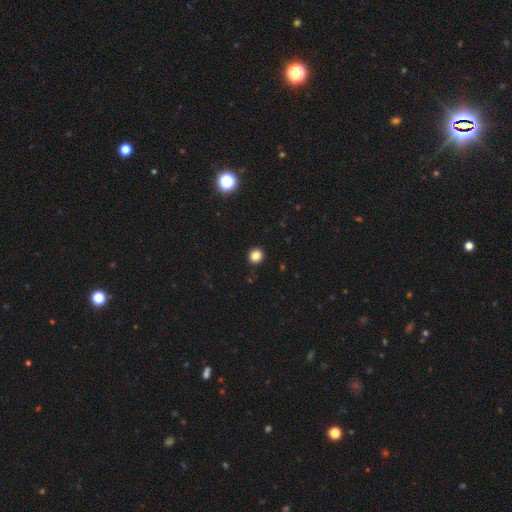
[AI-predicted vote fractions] Smooth or featured: smooth — 84% (star or artifact — 12%)
How rounded: round — 87% (in between — 12%)
Merging: none — 92% (minor disturbance — 5%)